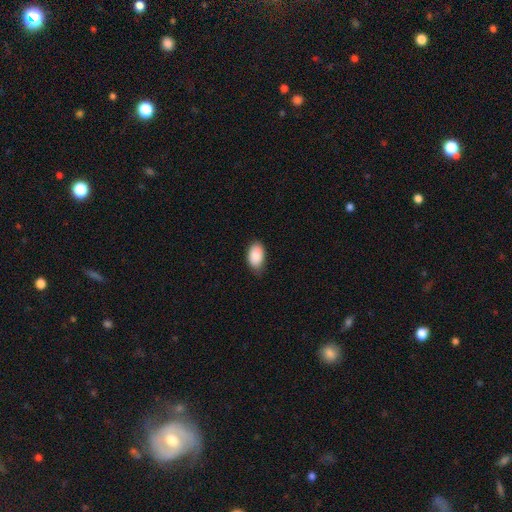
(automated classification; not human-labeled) The model was most divided on "merging": none: 73%, minor disturbance: 23%, major disturbance: 3%, merger: 1%. More confident: how rounded — in between (93%); smooth or featured — smooth (88%).